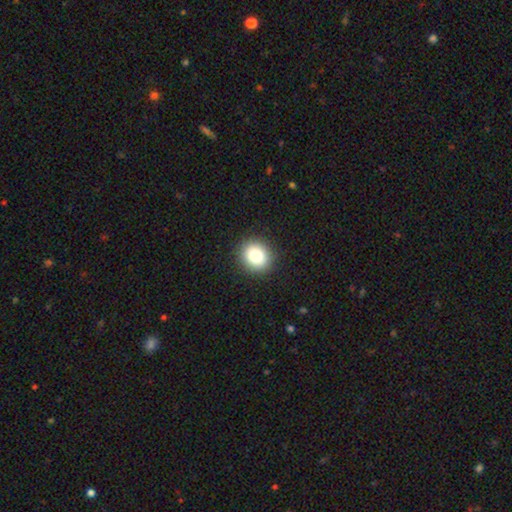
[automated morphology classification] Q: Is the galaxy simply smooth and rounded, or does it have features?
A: smooth — 81%.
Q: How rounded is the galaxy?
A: round — 79%.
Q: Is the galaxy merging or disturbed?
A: none — 91%.